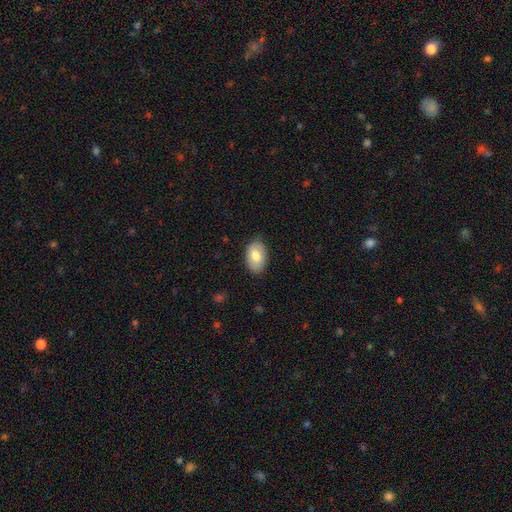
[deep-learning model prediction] A smooth galaxy with no disk features (76%) that is in between round and cigar-shaped (91%).

Vote fractions:
- Smooth or featured? smooth: 76% / featured or disk: 18% / star or artifact: 6%
- How rounded? in between: 91% / round: 8% / cigar-shaped: 1%
- Merging? none: 81% / minor disturbance: 15% / major disturbance: 3% / merger: 1%